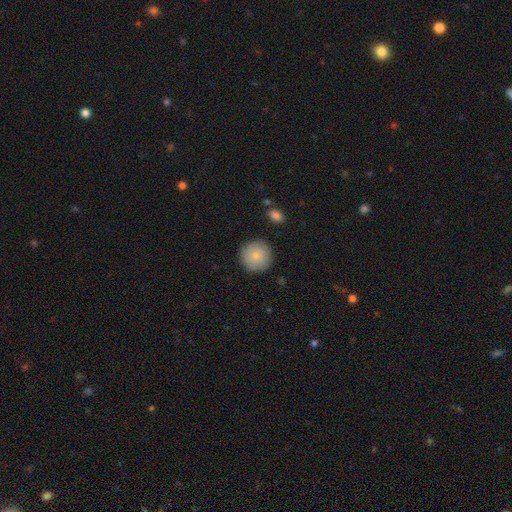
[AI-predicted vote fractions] Smooth or featured?
  - smooth: 85% *
  - featured or disk: 9%
  - star or artifact: 6%
How rounded?
  - round: 95% *
  - in between: 4%
  - cigar-shaped: 1%
Merging?
  - none: 89% *
  - minor disturbance: 8%
  - major disturbance: 2%
  - merger: 1%